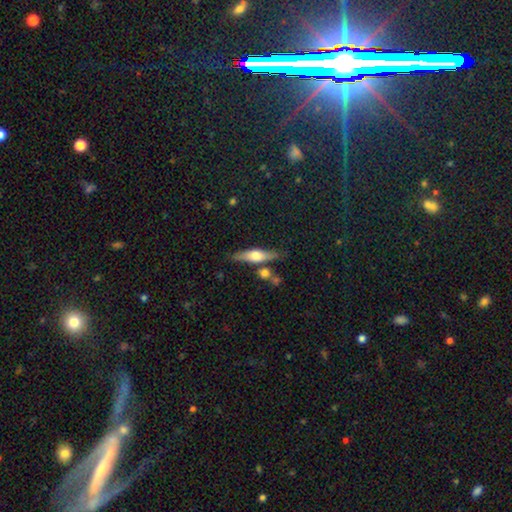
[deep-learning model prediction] Smooth or featured?
  - featured or disk: 53% *
  - smooth: 41%
  - star or artifact: 6%
Edge-on disk?
  - yes: 92% *
  - no: 8%
Merging?
  - none: 75% *
  - minor disturbance: 12%
  - merger: 9%
  - major disturbance: 3%